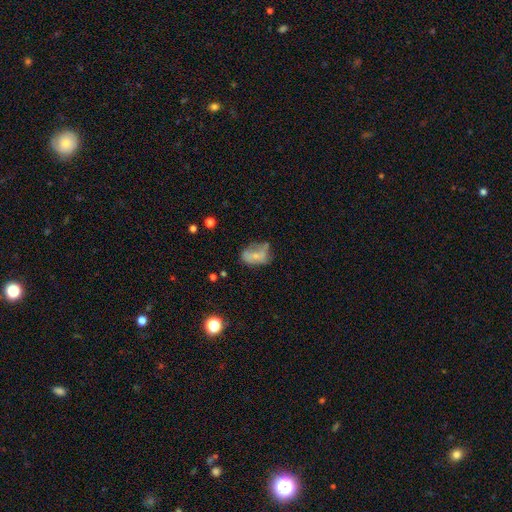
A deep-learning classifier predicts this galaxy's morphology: This is possibly a smooth galaxy (51%). How rounded: clearly in between (80%). Merging: marginally none (36%).